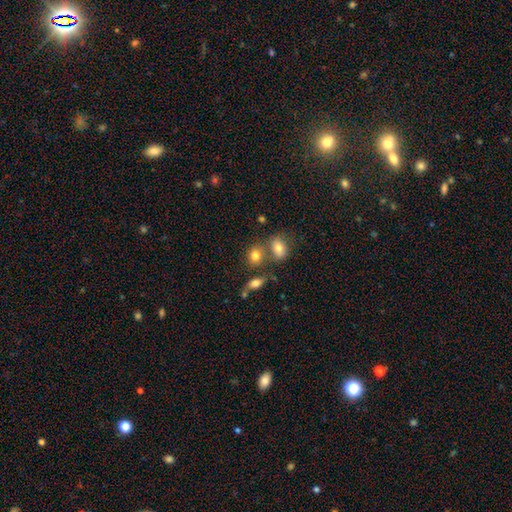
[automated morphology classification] A smooth galaxy with no disk features (79%) that is round (50%).

Vote fractions:
- Smooth or featured? smooth: 79% / featured or disk: 11% / star or artifact: 11%
- How rounded? round: 50% / in between: 48% / cigar-shaped: 2%
- Merging? none: 51% / merger: 33% / minor disturbance: 11% / major disturbance: 5%